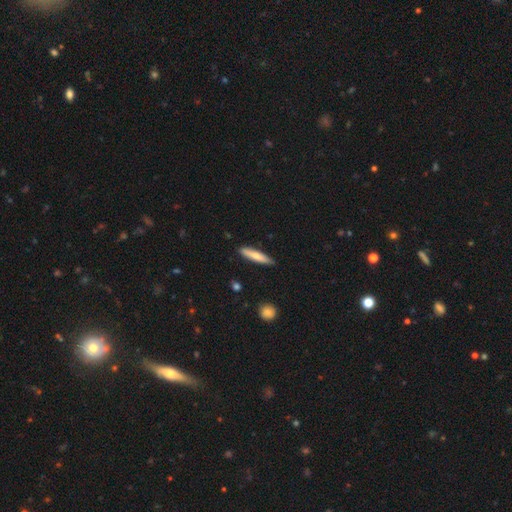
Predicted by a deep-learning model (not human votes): smooth_or_featured: smooth (p=0.70) [alt: featured or disk p=0.24]
how_rounded: cigar-shaped (p=0.86) [alt: in between p=0.13]
merging: none (p=0.88) [alt: minor disturbance p=0.09]